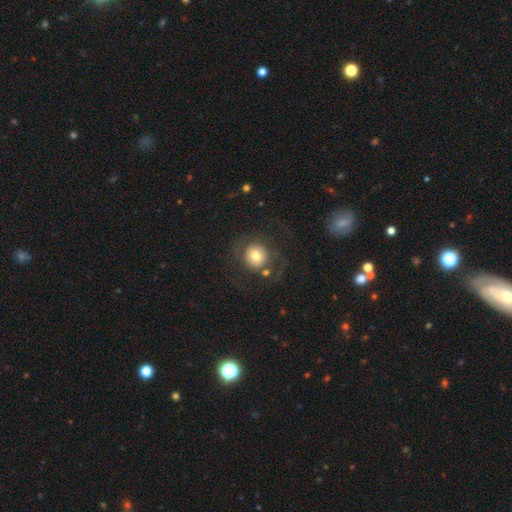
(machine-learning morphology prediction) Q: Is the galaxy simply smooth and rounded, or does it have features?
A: smooth — 67%.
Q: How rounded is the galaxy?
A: round — 87%.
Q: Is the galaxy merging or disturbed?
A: none — 61%.